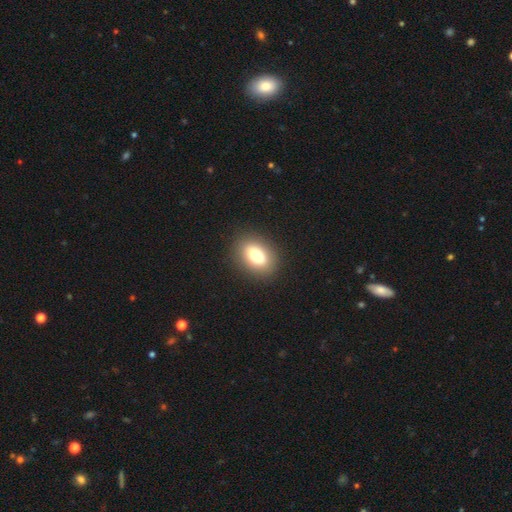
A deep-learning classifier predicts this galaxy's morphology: smooth-or-featured: smooth: 76% | featured or disk: 15% | star or artifact: 9%
  how-rounded: in between: 80% | round: 18% | cigar-shaped: 2%
  merging: none: 89% | minor disturbance: 7% | major disturbance: 3% | merger: 1%